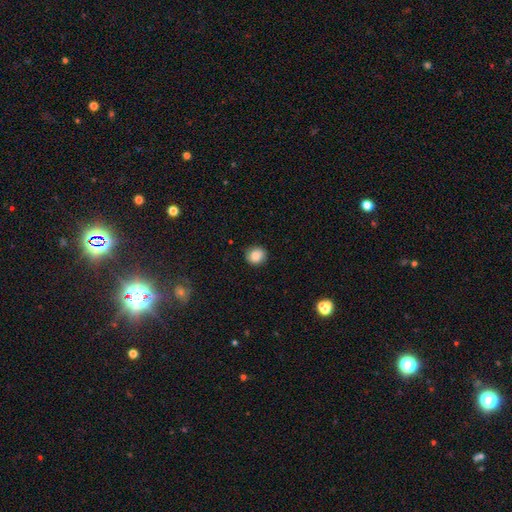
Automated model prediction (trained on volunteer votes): Smooth or featured? Predicted: smooth (p=0.85). How rounded? Predicted: round (p=0.84). Merging? Predicted: none (p=0.85).